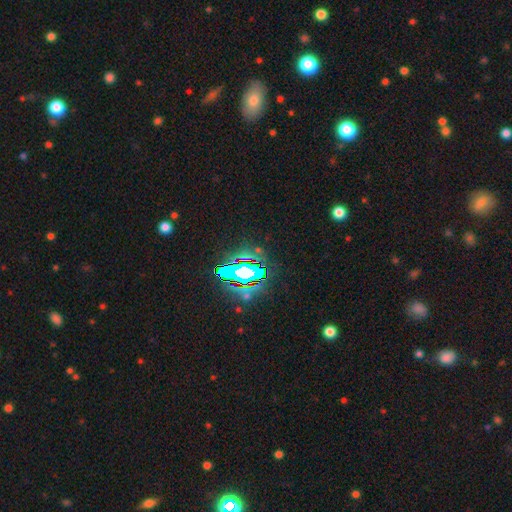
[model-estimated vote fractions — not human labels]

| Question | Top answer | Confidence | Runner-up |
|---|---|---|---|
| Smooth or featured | star or artifact | 79% | smooth (12%) |